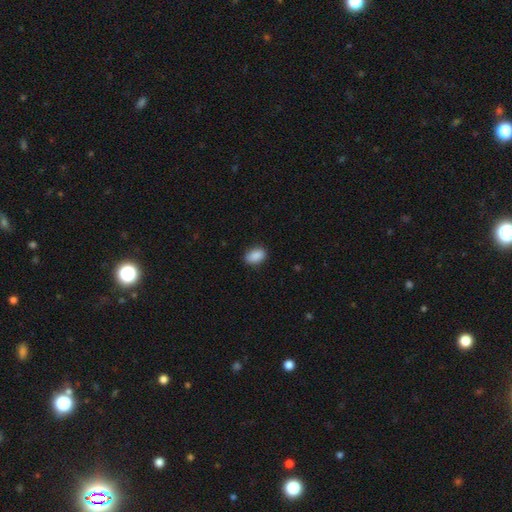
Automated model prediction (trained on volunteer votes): smooth-or-featured: smooth: 90% | star or artifact: 7% | featured or disk: 3%
  how-rounded: in between: 87% | round: 11% | cigar-shaped: 2%
  merging: none: 86% | minor disturbance: 11% | major disturbance: 2% | merger: 1%